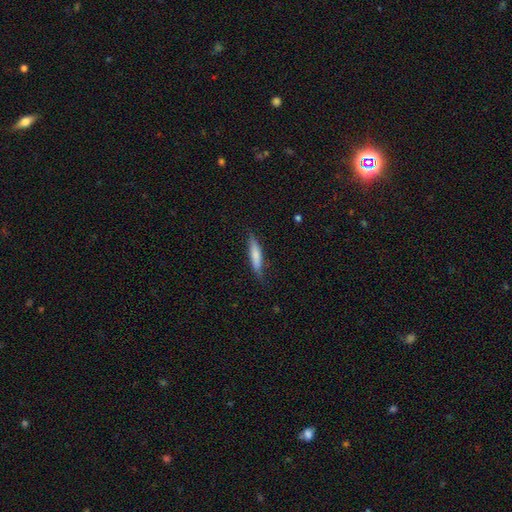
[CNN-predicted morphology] Smooth or featured? smooth (74%)
How rounded? cigar-shaped (83%)
Merging? none (74%)